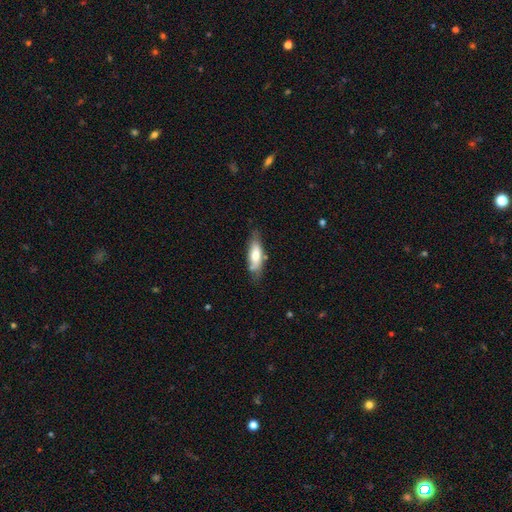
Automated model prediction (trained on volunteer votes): This appears to be a smooth galaxy with no disk features (66%) that is in between round and cigar-shaped (55%). Merging: none (67%).